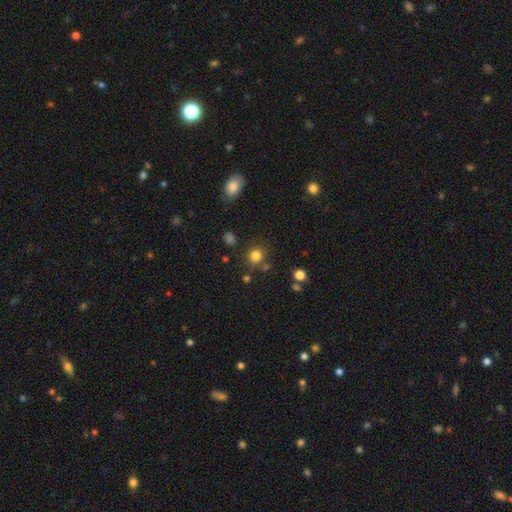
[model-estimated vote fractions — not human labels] smooth-or-featured: smooth: 81% | star or artifact: 14% | featured or disk: 6%
  how-rounded: round: 85% | in between: 14% | cigar-shaped: 1%
  merging: none: 78% | minor disturbance: 10% | merger: 8% | major disturbance: 4%